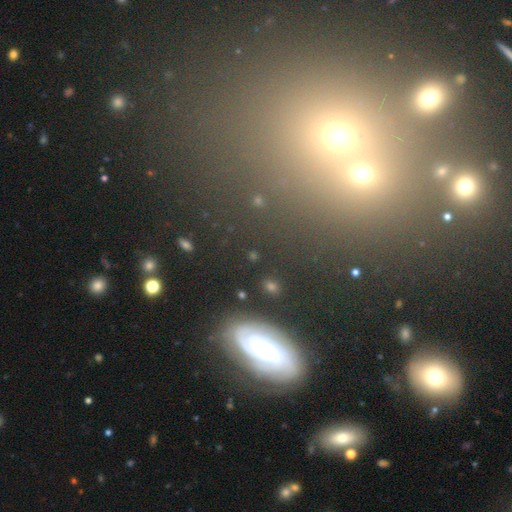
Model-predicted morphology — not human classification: Smooth or featured?
  - smooth: 48% *
  - star or artifact: 33%
  - featured or disk: 19%
Merging?
  - none: 72% *
  - merger: 13%
  - minor disturbance: 10%
  - major disturbance: 5%